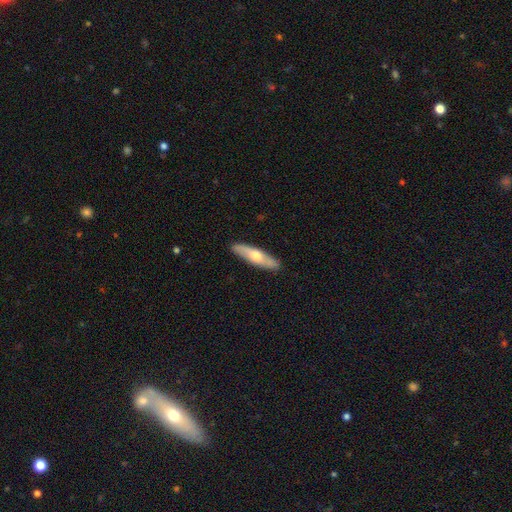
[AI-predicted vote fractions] Smooth or featured? smooth (49%)
Merging? none (89%)